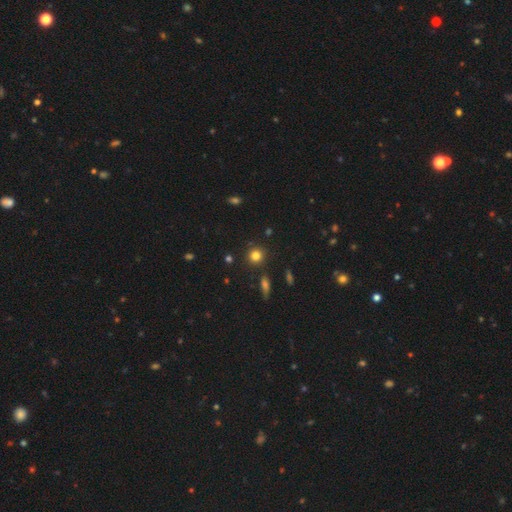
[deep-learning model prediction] A smooth galaxy with no disk features (80%) that is round (90%).

Vote fractions:
- Smooth or featured? smooth: 80% / star or artifact: 13% / featured or disk: 6%
- How rounded? round: 90% / in between: 8% / cigar-shaped: 1%
- Merging? none: 87% / minor disturbance: 7% / merger: 3% / major disturbance: 2%